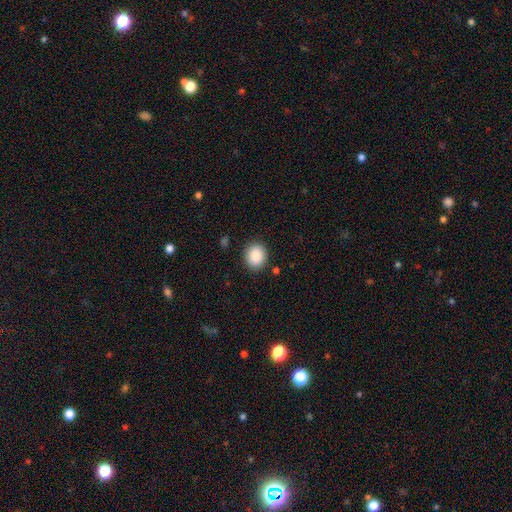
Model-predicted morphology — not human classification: This is clearly a smooth galaxy (88%). How rounded: likely round (73%). Merging: clearly none (89%).